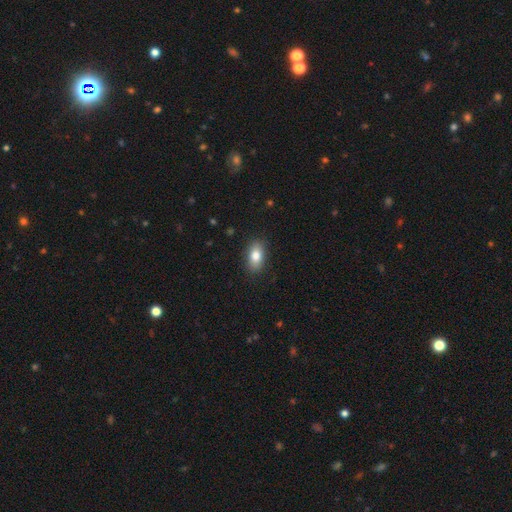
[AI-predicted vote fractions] Morphology: type=smooth (82%); roundness=in between (89%); merging=none (88%).